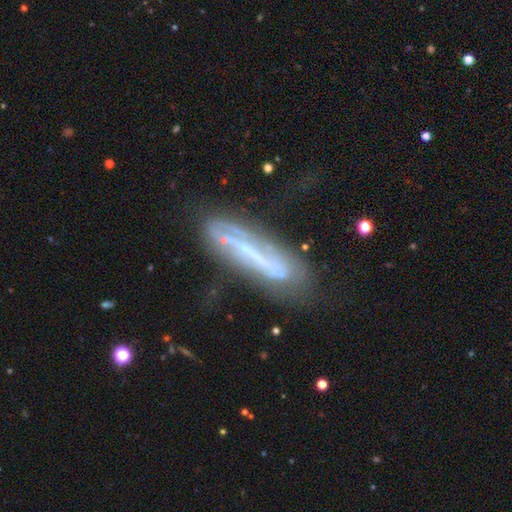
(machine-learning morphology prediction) featured or disk 71%, smooth 19%, star or artifact 10%. Down the decision tree: edge-on disk — no (53%); merging — none (62%).